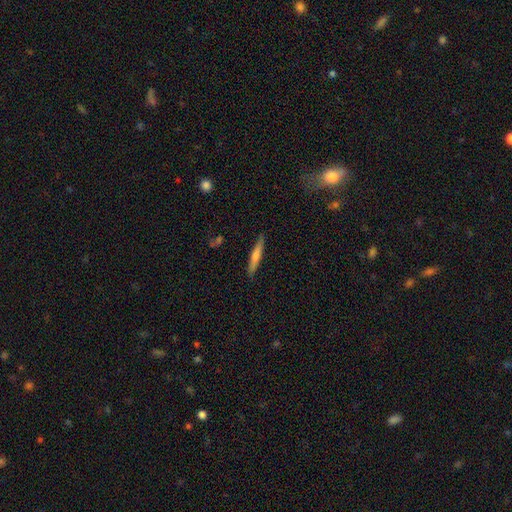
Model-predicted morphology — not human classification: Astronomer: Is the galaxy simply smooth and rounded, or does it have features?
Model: smooth — 50% (runner-up: featured or disk, 44%).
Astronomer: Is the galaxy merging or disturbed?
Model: none — 89%.